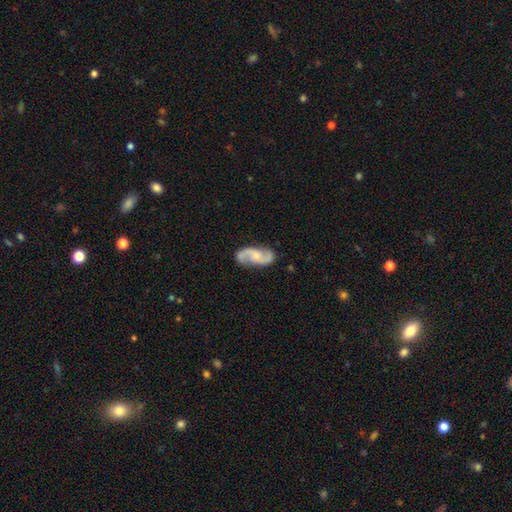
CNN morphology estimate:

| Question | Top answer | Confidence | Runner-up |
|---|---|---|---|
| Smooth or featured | featured or disk | 85% | smooth (10%) |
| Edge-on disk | no | 96% | yes (4%) |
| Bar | no | 61% | weak (33%) |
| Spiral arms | yes | 97% | no (3%) |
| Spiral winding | medium | 49% | loose (37%) |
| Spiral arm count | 2 | 93% | can't tell (2%) |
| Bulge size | moderate | 45% | small (44%) |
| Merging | none | 81% | minor disturbance (14%) |